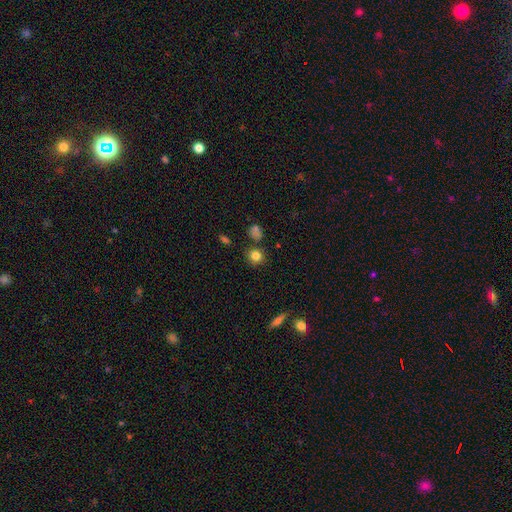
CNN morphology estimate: This is clearly a smooth galaxy (82%). How rounded: clearly round (85%). Merging: likely none (79%).